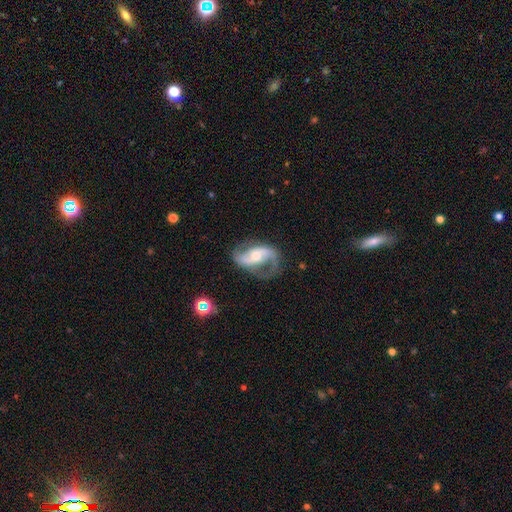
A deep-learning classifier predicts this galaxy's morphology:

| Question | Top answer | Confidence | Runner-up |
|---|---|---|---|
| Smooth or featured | featured or disk | 87% | smooth (8%) |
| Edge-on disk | no | 96% | yes (4%) |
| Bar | weak | 38% | no (37%) |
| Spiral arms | yes | 95% | no (5%) |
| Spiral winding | loose | 48% | medium (41%) |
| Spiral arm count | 2 | 89% | 1 (5%) |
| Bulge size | moderate | 64% | small (28%) |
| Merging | none | 70% | minor disturbance (17%) |